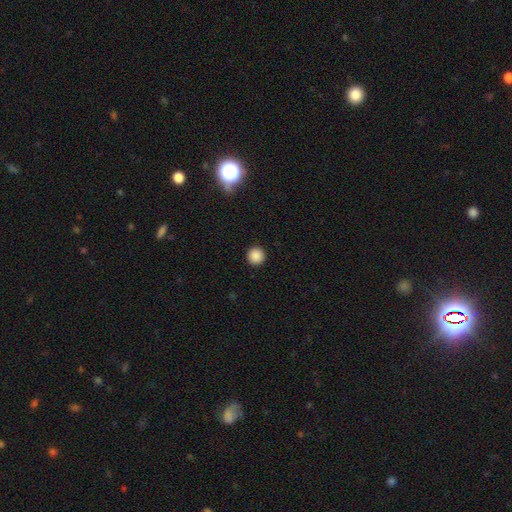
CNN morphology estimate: A smooth galaxy with no disk features (87%) that is round (95%). Merging: none (93%).